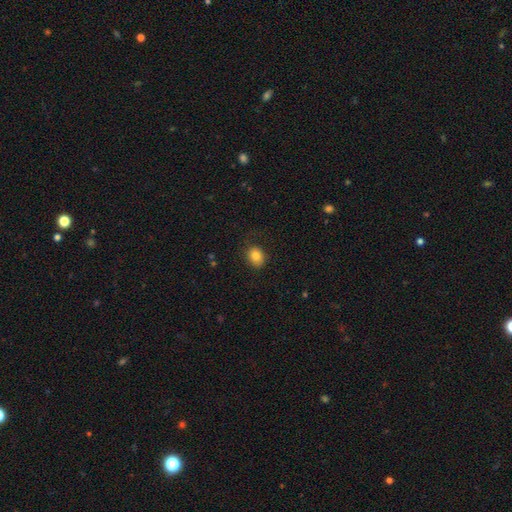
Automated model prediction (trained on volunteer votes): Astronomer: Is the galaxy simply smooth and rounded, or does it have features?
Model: smooth — 82%.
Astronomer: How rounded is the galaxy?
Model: round — 60% (runner-up: in between, 39%).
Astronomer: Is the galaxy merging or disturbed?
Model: none — 82%.